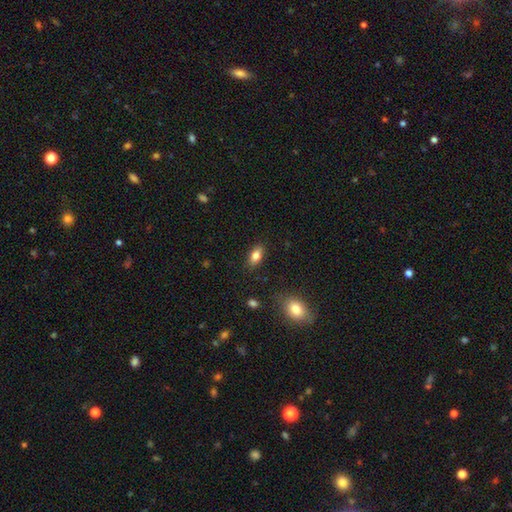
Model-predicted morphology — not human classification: Smooth or featured: smooth — 81% (featured or disk — 11%)
How rounded: in between — 86% (cigar-shaped — 8%)
Merging: none — 85% (minor disturbance — 10%)